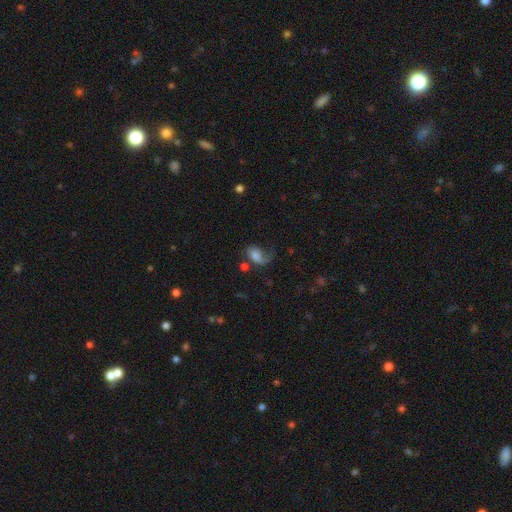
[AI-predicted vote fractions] Smooth or featured? smooth (54%)
How rounded? in between (85%)
Merging? major disturbance (38%)